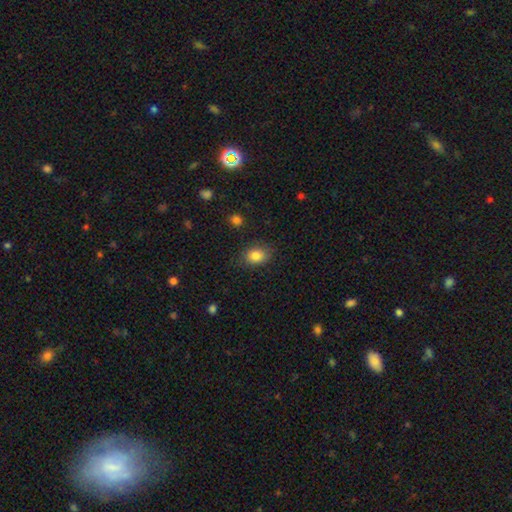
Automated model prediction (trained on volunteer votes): Smooth or featured?
  - smooth: 83% *
  - star or artifact: 9%
  - featured or disk: 8%
How rounded?
  - in between: 66% *
  - round: 33%
  - cigar-shaped: 1%
Merging?
  - none: 79% *
  - minor disturbance: 15%
  - major disturbance: 4%
  - merger: 2%